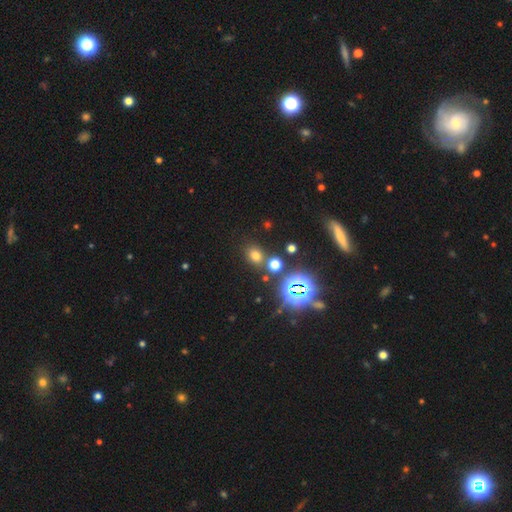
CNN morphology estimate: Smooth or featured? Predicted: smooth (p=0.62). How rounded? Predicted: round (p=0.61). Merging? Predicted: none (p=0.77).